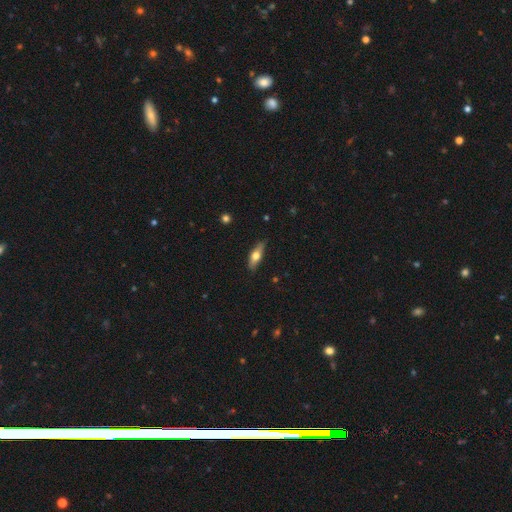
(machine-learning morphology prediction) Smooth or featured?
  - smooth: 55% *
  - featured or disk: 39%
  - star or artifact: 6%
How rounded?
  - in between: 53% *
  - cigar-shaped: 44%
  - round: 3%
Merging?
  - none: 84% *
  - minor disturbance: 13%
  - major disturbance: 2%
  - merger: 1%